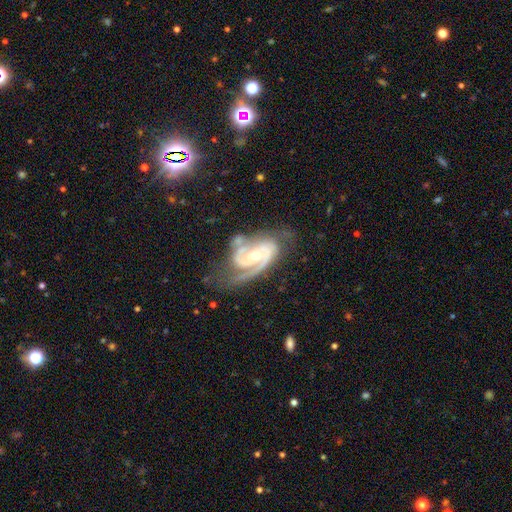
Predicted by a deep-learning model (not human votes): This appears to be a featured or disk galaxy (91%) with no bar (46%), 2 (69%) tight (50%) spiral arms (98%) and a moderate central bulge (53%). Merging: none (54%).